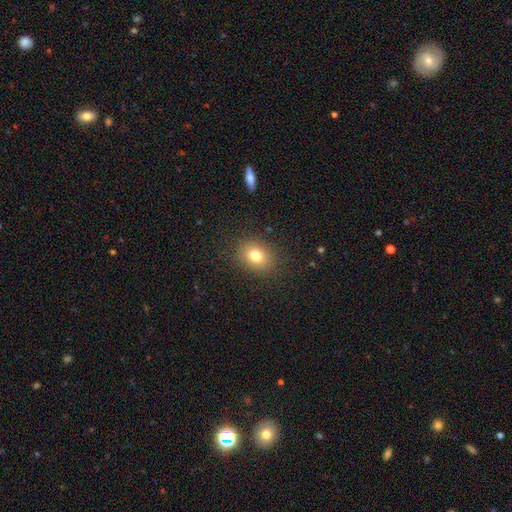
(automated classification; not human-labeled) This appears to be a smooth galaxy with no disk features (78%) that is in between round and cigar-shaped (50%). Merging: none (86%).